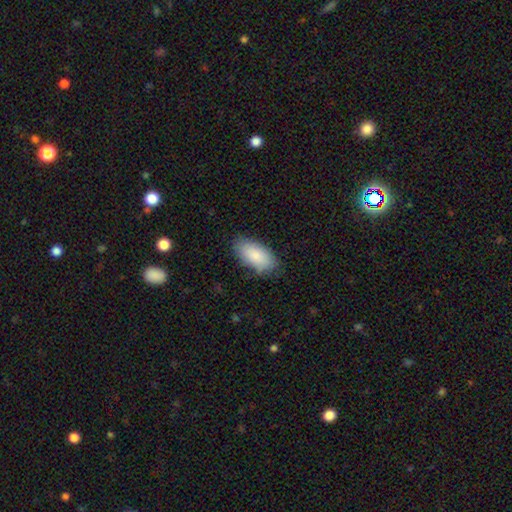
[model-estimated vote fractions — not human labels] Morphology: type=smooth (86%); roundness=in between (93%); merging=none (77%).